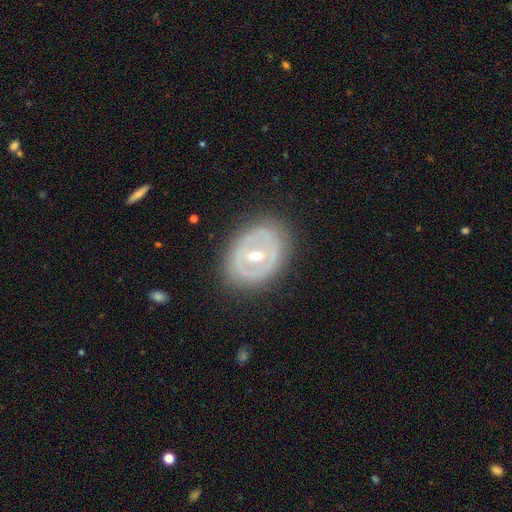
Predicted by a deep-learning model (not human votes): A featured or disk galaxy (67%) with a weak bar (38%), no spiral arms (79%) and a moderate central bulge (68%).

Vote fractions:
- Smooth or featured? featured or disk: 67% / smooth: 27% / star or artifact: 6%
- Edge-on disk? no: 94% / yes: 6%
- Bar? weak: 38% / no: 34% / strong: 28%
- Spiral arms? no: 79% / yes: 21%
- Bulge size? moderate: 68% / small: 25% / large: 5% / none: 1% / dominant: 1%
- Merging? none: 78% / minor disturbance: 15% / major disturbance: 6% / merger: 1%